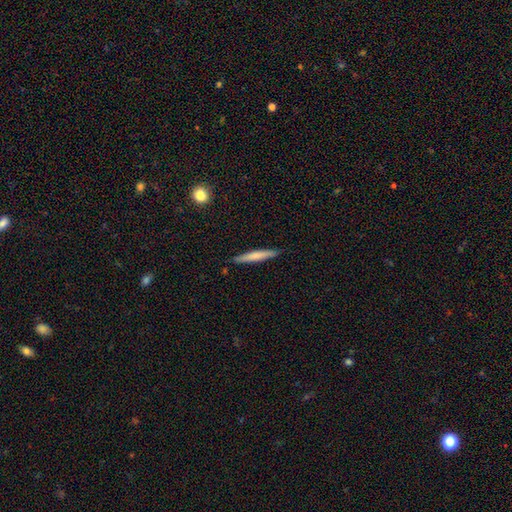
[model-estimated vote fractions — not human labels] This appears to be a smooth galaxy with no disk features (67%) that is cigar-shaped (94%). Merging: none (88%).